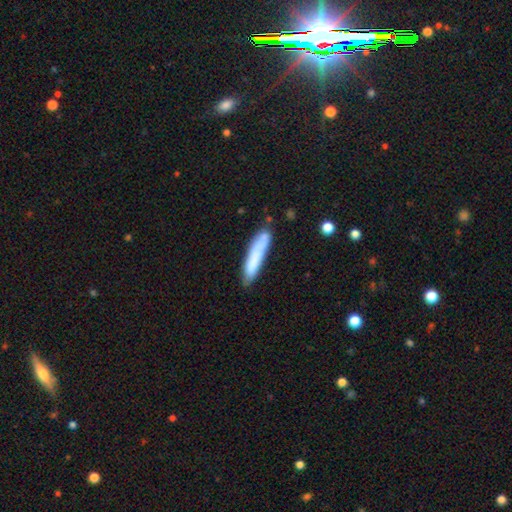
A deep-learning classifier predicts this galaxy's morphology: The model was most divided on "merging": none: 70%, minor disturbance: 20%, merger: 5%, major disturbance: 5%. More confident: how rounded — cigar-shaped (86%); smooth or featured — smooth (75%).